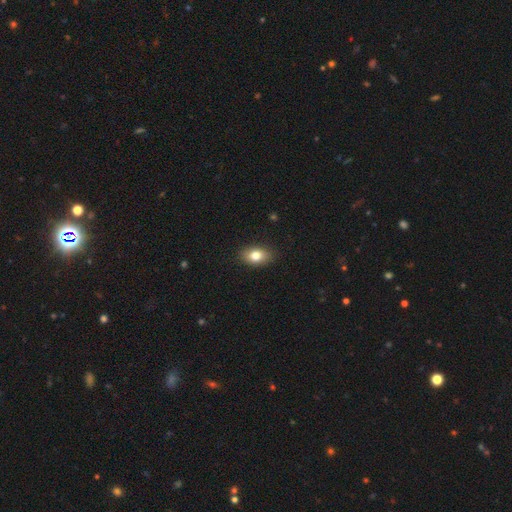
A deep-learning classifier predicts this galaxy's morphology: The model was most divided on "smooth or featured": smooth: 80%, featured or disk: 12%, star or artifact: 8%. More confident: merging — none (87%); how rounded — in between (84%).